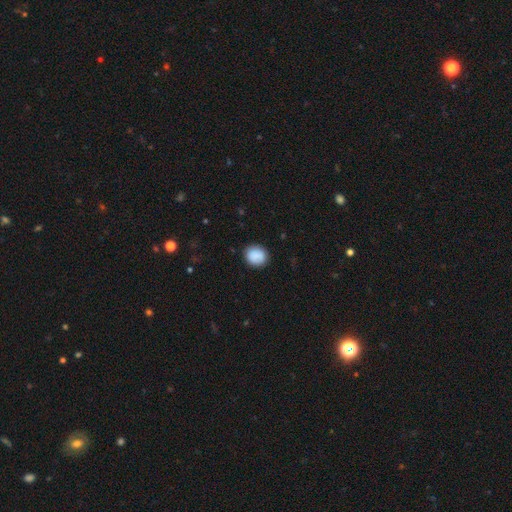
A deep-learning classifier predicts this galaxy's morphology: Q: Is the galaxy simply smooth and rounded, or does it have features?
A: smooth — 88%.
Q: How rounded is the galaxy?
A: round — 76%.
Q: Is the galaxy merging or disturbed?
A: none — 87%.